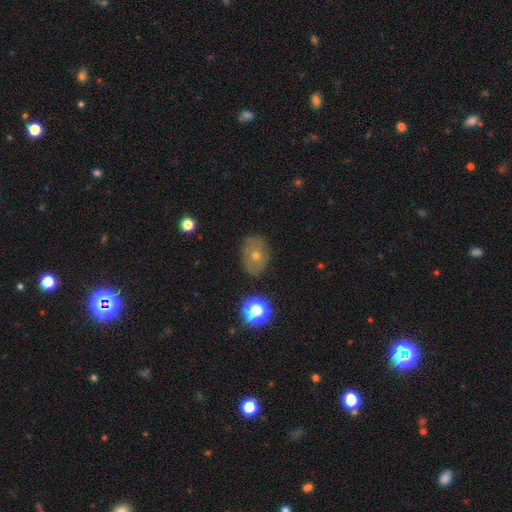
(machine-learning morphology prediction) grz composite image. It shows a smooth galaxy with no disk features (50%). Merging: none (78%).